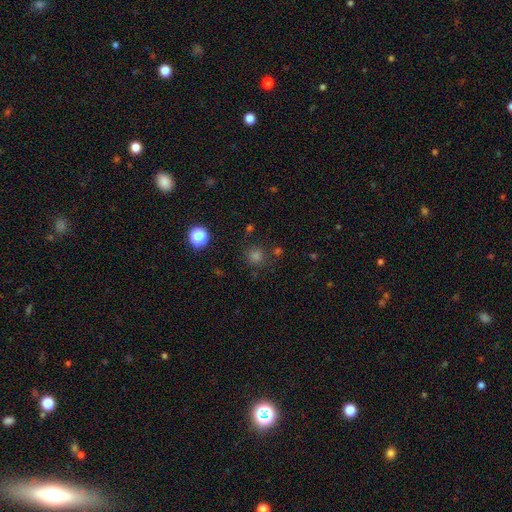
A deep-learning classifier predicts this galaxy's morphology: Smooth or featured? smooth (68%)
How rounded? round (94%)
Merging? none (81%)